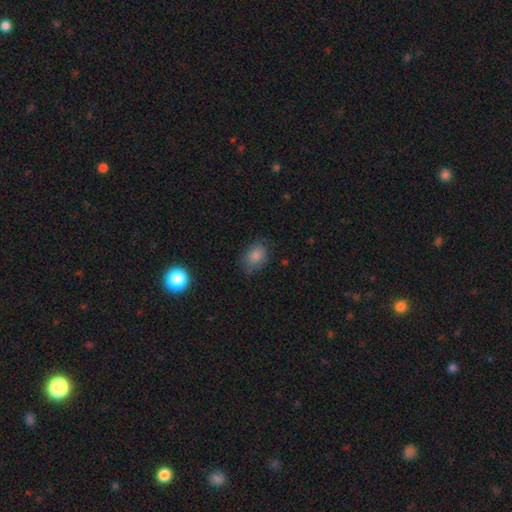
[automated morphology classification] Overall: smooth (83%). How rounded: in between (73%). Merging: none (71%).